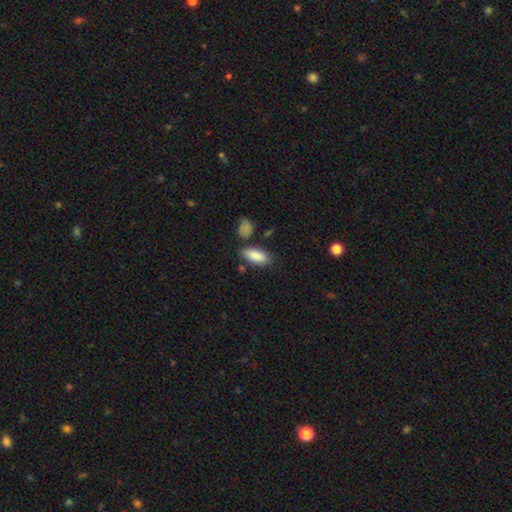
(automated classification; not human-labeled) Overall: smooth (87%). How rounded: in between (85%). Merging: none (75%).